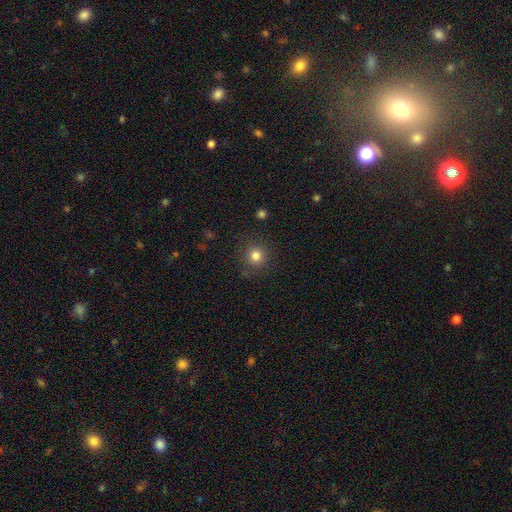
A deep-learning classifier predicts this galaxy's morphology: This appears to be a smooth galaxy with no disk features (81%) that is round (94%). Merging: none (87%).